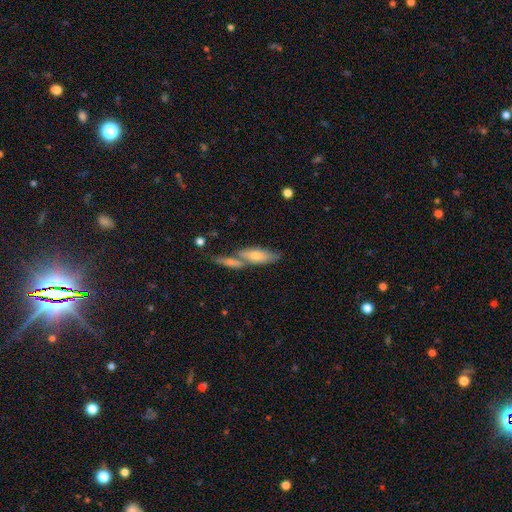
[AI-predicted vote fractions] This appears to be a smooth galaxy with no disk features (59%) that is in between round and cigar-shaped (51%). Merging: none (42%).